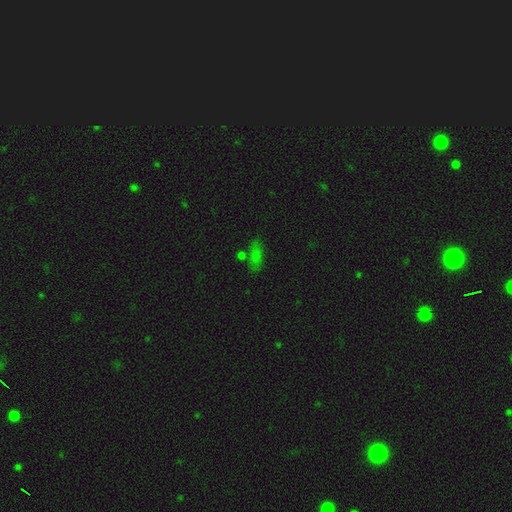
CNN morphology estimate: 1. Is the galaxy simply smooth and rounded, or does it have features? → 68% smooth, 21% star or artifact, 11% featured or disk.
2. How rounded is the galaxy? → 71% in between, 21% cigar-shaped, 8% round.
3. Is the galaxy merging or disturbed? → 67% none, 16% minor disturbance, 12% merger, 6% major disturbance.